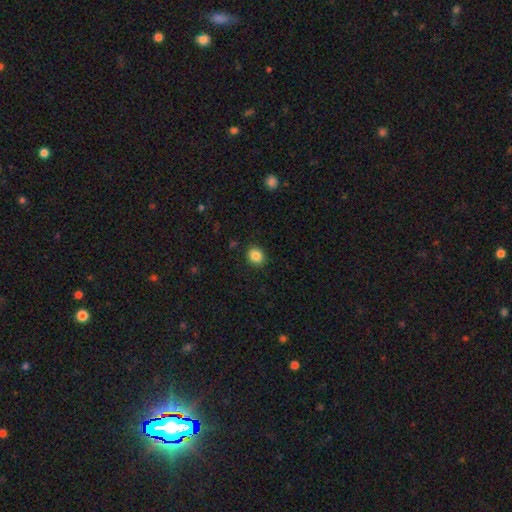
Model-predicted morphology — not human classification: Smooth or featured: smooth — 86% (star or artifact — 10%)
How rounded: round — 74% (in between — 25%)
Merging: none — 90% (minor disturbance — 7%)